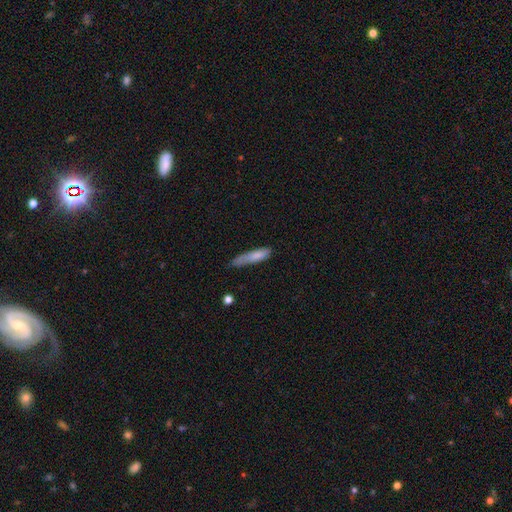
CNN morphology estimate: Overall: smooth (79%). How rounded: cigar-shaped (78%). Merging: none (49%; minor disturbance 36%).